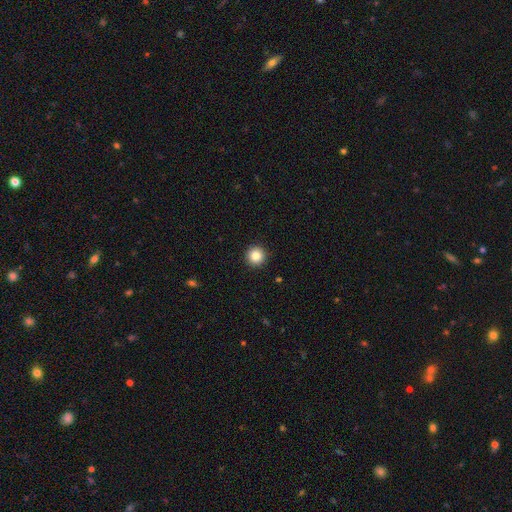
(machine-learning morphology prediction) A smooth galaxy with no disk features (85%) that is round (96%). Merging: none (93%).